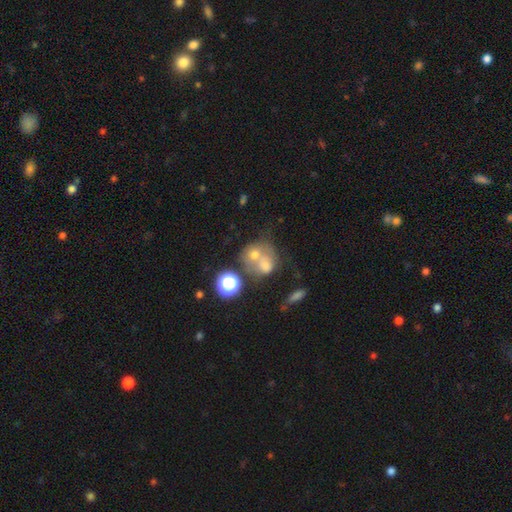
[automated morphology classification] Overall: smooth (49%; featured or disk 29%). Merging: merger (55%; none 28%).